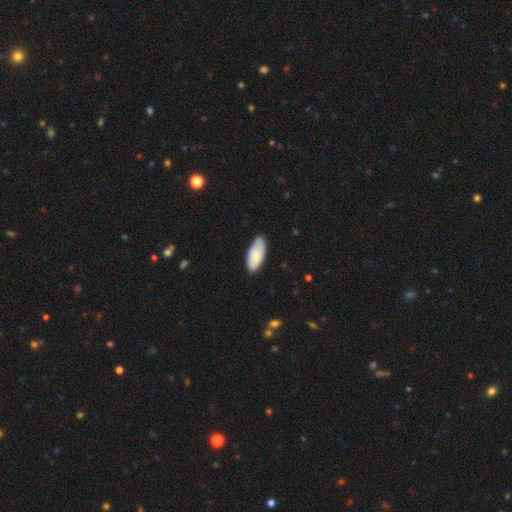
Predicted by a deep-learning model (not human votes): smooth 70%, featured or disk 24%, star or artifact 6%. Down the decision tree: how rounded — in between (89%); merging — none (74%).